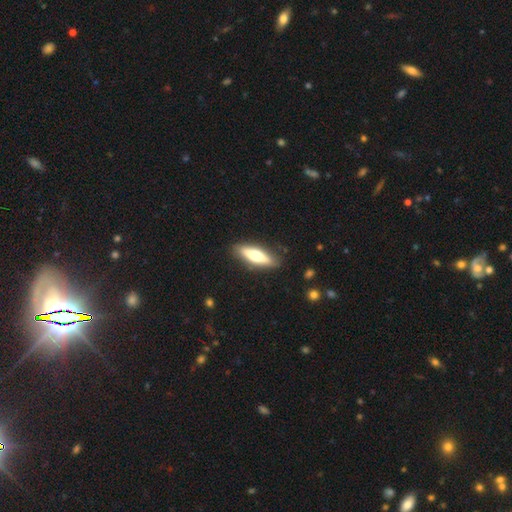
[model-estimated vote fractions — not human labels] Smooth or featured? Predicted: smooth (p=0.56). How rounded? Predicted: cigar-shaped (p=0.59). Merging? Predicted: none (p=0.86).